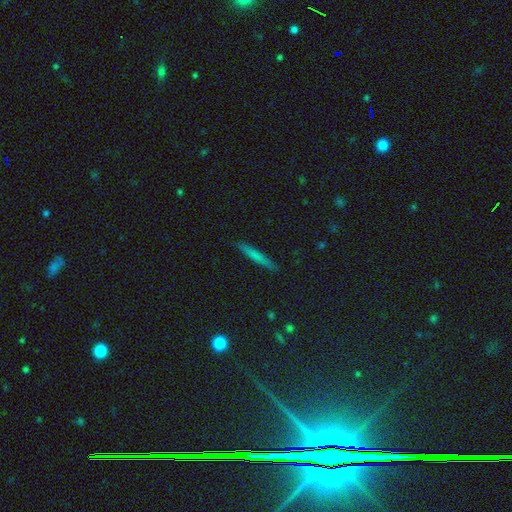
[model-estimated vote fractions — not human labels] This appears to be a smooth galaxy with no disk features (66%) that is cigar-shaped (94%). Merging: none (89%).